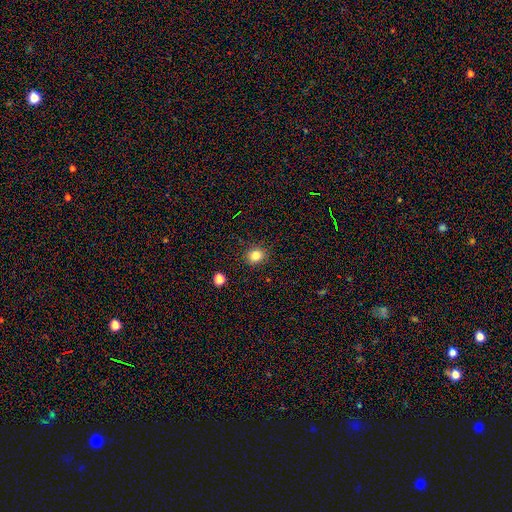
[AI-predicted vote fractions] This appears to be a smooth galaxy with no disk features (82%) that is round (72%). Merging: none (90%).